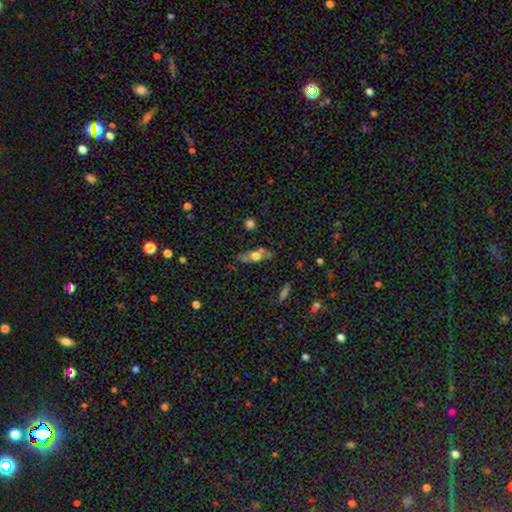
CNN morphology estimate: The model was most divided on "smooth or featured": smooth: 53%, featured or disk: 37%, star or artifact: 10%. More confident: merging — none (62%); how rounded — in between (57%).